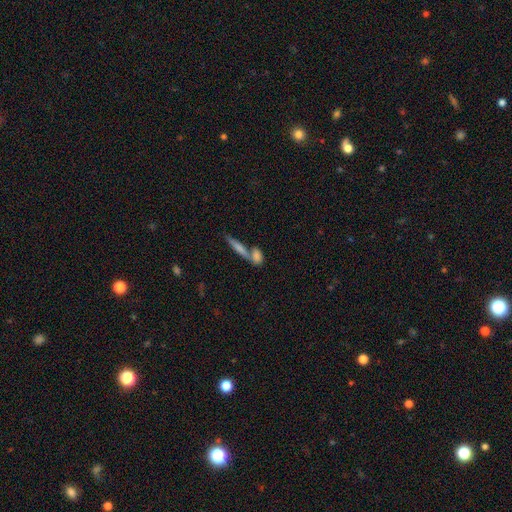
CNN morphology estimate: A smooth galaxy with no disk features (67%) that is cigar-shaped (52%).

Vote fractions:
- Smooth or featured? smooth: 67% / featured or disk: 23% / star or artifact: 10%
- How rounded? cigar-shaped: 52% / in between: 39% / round: 9%
- Merging? merger: 46% / none: 42% / minor disturbance: 8% / major disturbance: 4%